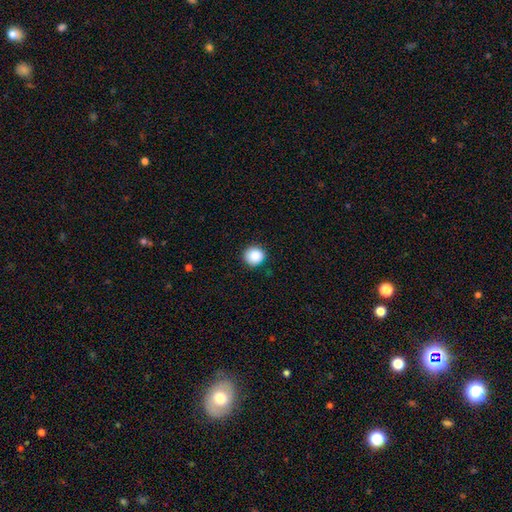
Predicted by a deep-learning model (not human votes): smooth 88%, star or artifact 9%, featured or disk 3%. Down the decision tree: how rounded — round (93%); merging — none (88%).